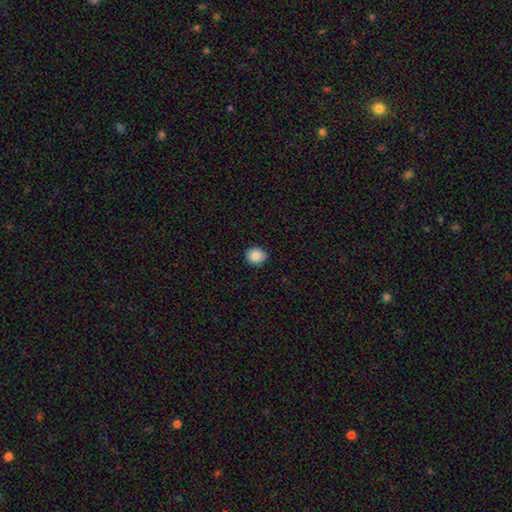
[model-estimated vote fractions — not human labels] A smooth galaxy with no disk features (87%) that is round (88%). Merging: none (89%).